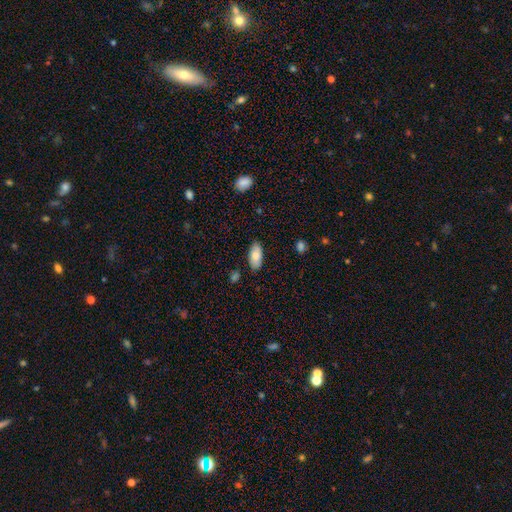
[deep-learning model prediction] smooth_or_featured: smooth (p=0.80) [alt: featured or disk p=0.13]
how_rounded: in between (p=0.92) [alt: cigar-shaped p=0.06]
merging: none (p=0.86) [alt: minor disturbance p=0.10]